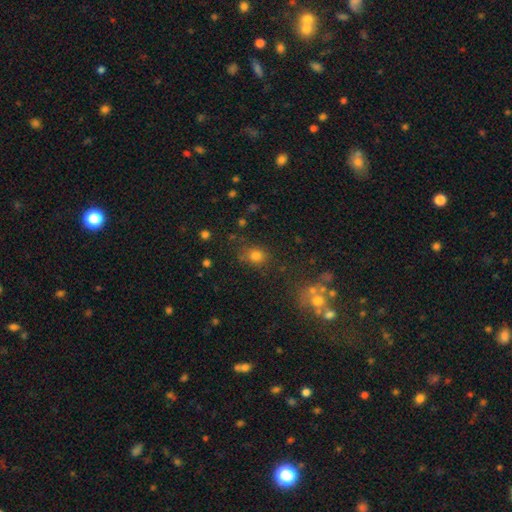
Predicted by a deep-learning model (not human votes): Smooth or featured: smooth — 77% (star or artifact — 16%)
How rounded: round — 66% (in between — 33%)
Merging: none — 75% (minor disturbance — 14%)